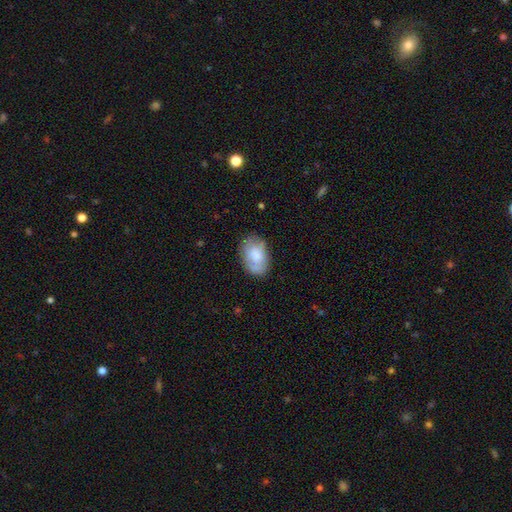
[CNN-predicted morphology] smooth 73%, featured or disk 20%, star or artifact 7%. Down the decision tree: how rounded — in between (86%); merging — none (67%).